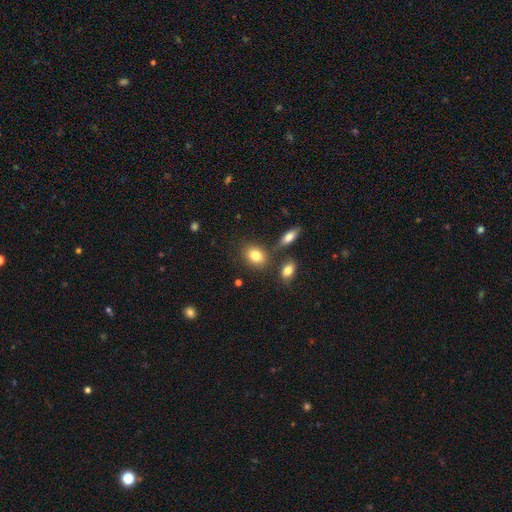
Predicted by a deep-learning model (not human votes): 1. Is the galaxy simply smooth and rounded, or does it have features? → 82% smooth, 10% featured or disk, 8% star or artifact.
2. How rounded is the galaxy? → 72% in between, 26% round, 2% cigar-shaped.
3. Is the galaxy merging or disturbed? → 70% none, 14% merger, 12% minor disturbance, 4% major disturbance.